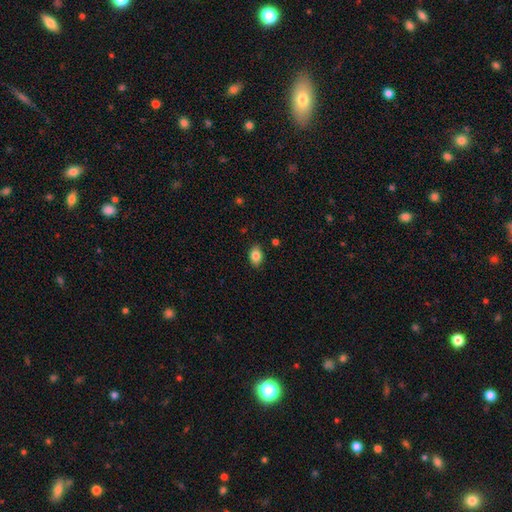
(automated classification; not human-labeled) The model was most divided on "how rounded": in between: 81%, round: 18%, cigar-shaped: 1%. More confident: merging — none (86%); smooth or featured — smooth (84%).